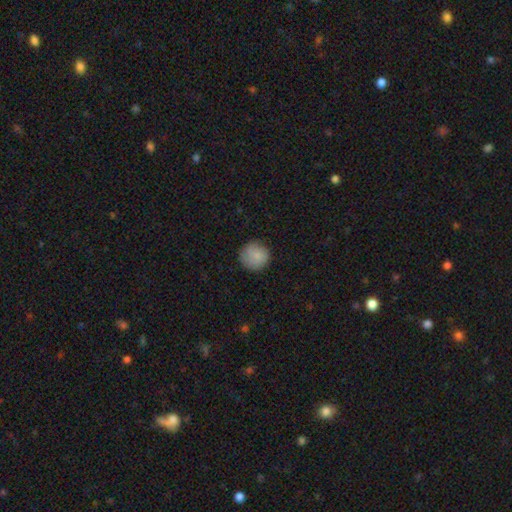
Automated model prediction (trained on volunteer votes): A smooth galaxy with no disk features (85%) that is round (93%). Merging: none (83%).